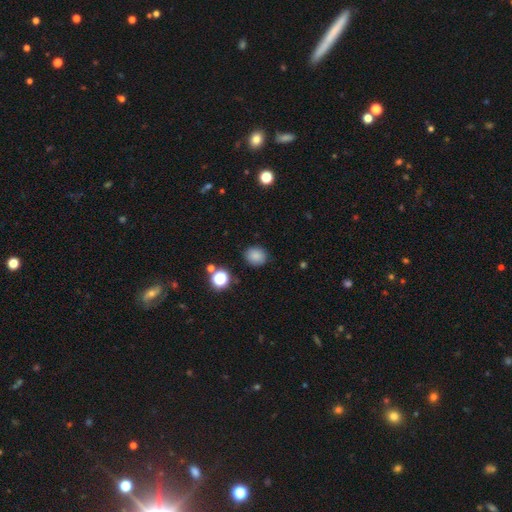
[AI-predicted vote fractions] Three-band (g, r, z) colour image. It shows a smooth galaxy with no disk features (83%) that is round (72%). Merging: none (86%).